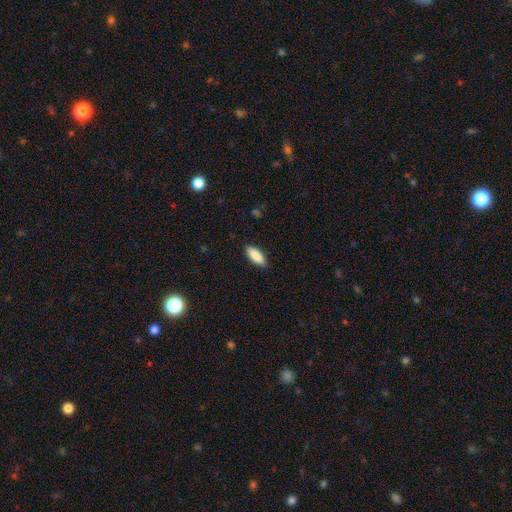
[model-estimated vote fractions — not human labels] A smooth galaxy with no disk features (89%) that is in between round and cigar-shaped (72%). Merging: none (89%).